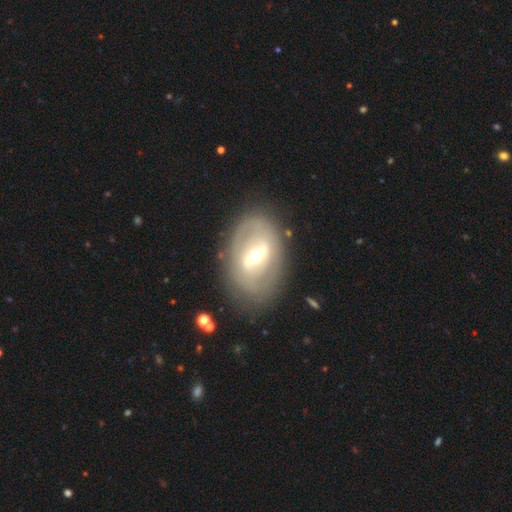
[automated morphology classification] featured or disk 72%, smooth 22%, star or artifact 6%. Down the decision tree: edge-on disk — no (93%); bar — strong (44%); spiral arms — no (54%); bulge size — moderate (54%); merging — none (78%).